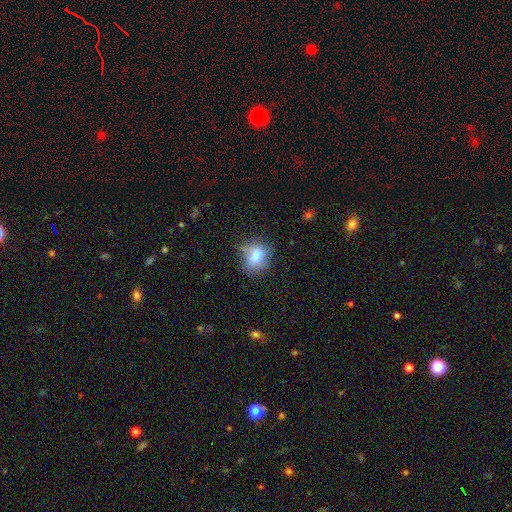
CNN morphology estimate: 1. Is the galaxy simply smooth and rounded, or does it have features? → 76% smooth, 14% featured or disk, 10% star or artifact.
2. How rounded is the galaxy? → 57% round, 42% in between, 1% cigar-shaped.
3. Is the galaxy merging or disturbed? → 51% none, 32% minor disturbance, 11% major disturbance, 7% merger.